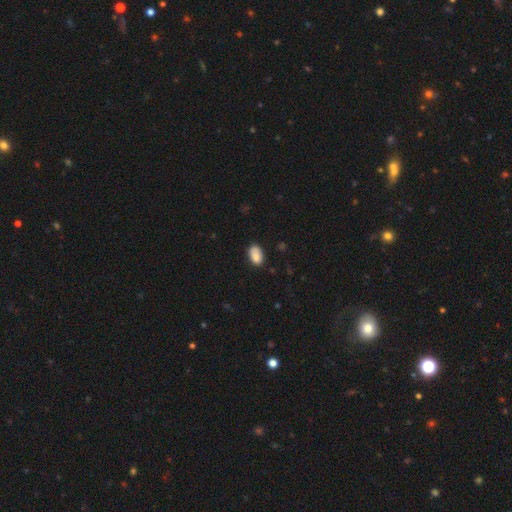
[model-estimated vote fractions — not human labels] The model was most divided on "merging": none: 69%, minor disturbance: 22%, merger: 5%, major disturbance: 4%. More confident: how rounded — in between (89%); smooth or featured — smooth (83%).